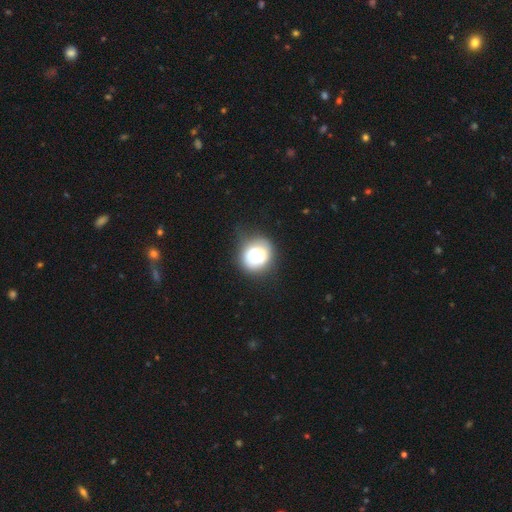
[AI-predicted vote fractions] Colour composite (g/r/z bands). It shows a smooth galaxy with no disk features (76%) that is round (81%). Merging: none (57%).